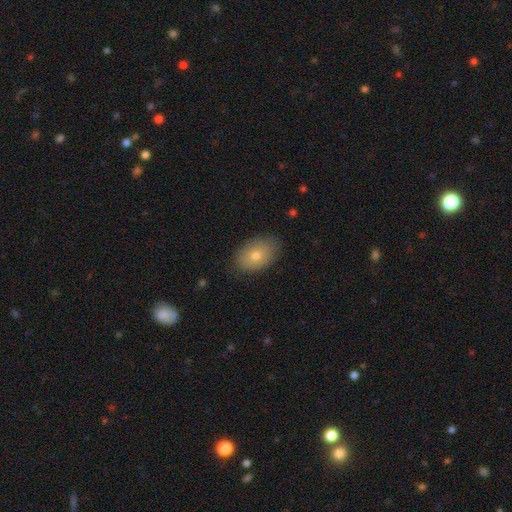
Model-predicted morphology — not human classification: Smooth or featured: smooth — 71% (featured or disk — 20%)
How rounded: in between — 86% (round — 13%)
Merging: none — 81% (minor disturbance — 15%)